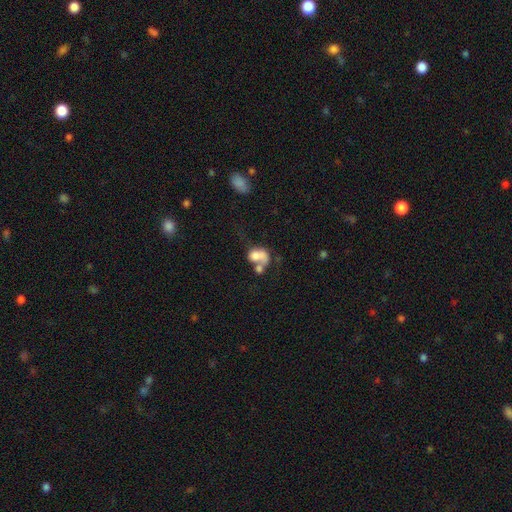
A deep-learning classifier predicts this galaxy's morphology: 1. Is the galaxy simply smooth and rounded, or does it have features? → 63% smooth, 26% featured or disk, 11% star or artifact.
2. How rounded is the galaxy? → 62% in between, 37% round, 1% cigar-shaped.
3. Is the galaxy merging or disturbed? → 56% merger, 19% major disturbance, 15% none, 10% minor disturbance.